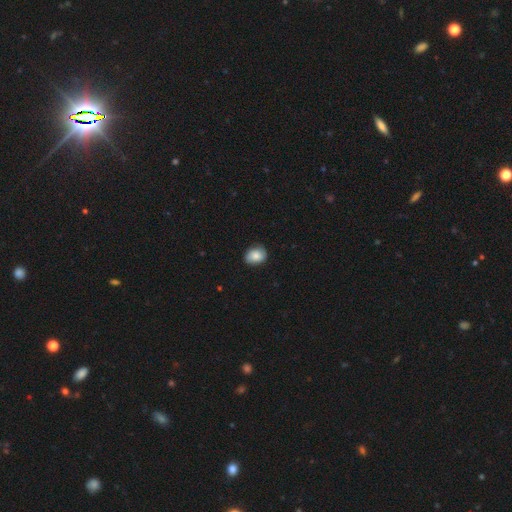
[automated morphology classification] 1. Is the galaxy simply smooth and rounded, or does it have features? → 81% smooth, 12% featured or disk, 8% star or artifact.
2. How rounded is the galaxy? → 60% in between, 39% round, 1% cigar-shaped.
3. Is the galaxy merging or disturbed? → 78% none, 17% minor disturbance, 3% major disturbance, 1% merger.